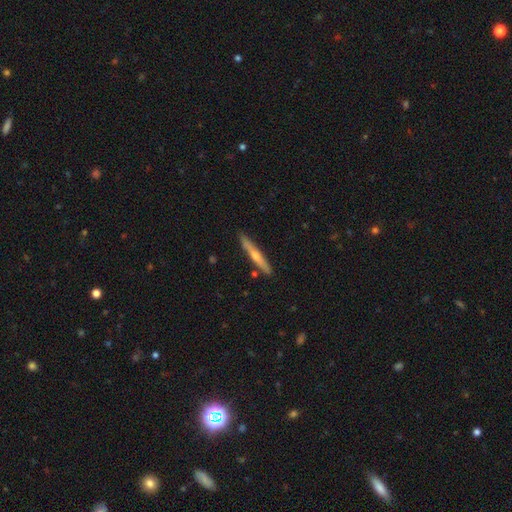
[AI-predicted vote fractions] smooth-or-featured: featured or disk: 54% | smooth: 41% | star or artifact: 5%
  disk-edge-on: yes: 96% | no: 4%
    edge-on-bulge: rounded: 76% | none: 19% | boxy: 5%
  merging: none: 87% | minor disturbance: 9% | merger: 2% | major disturbance: 2%